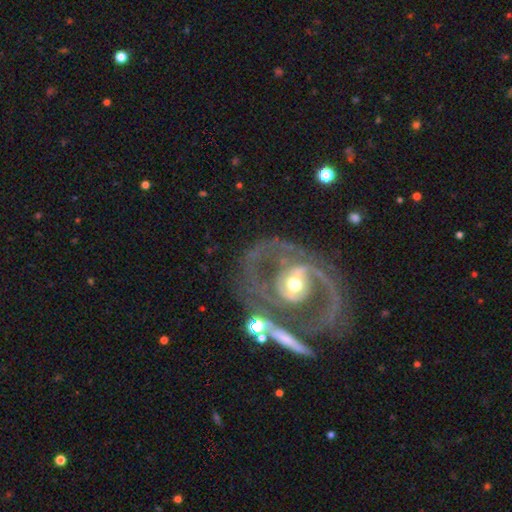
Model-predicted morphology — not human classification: A featured or disk galaxy (87%) with no bar (44%), 2 (78%) medium (50%) spiral arms (88%) and a moderate central bulge (64%).

Vote fractions:
- Smooth or featured? featured or disk: 87% / smooth: 7% / star or artifact: 6%
- Edge-on disk? no: 96% / yes: 4%
- Bar? no: 44% / weak: 33% / strong: 23%
- Spiral arms? yes: 88% / no: 12%
- Spiral winding? medium: 50% / tight: 31% / loose: 19%
- Spiral arm count? 2: 78% / can't tell: 8% / 3: 5% / 1: 5% / 4: 2% / more than 4: 2%
- Bulge size? moderate: 64% / small: 27% / large: 7% / none: 1% / dominant: 1%
- Merging? none: 55% / major disturbance: 18% / minor disturbance: 17% / merger: 11%